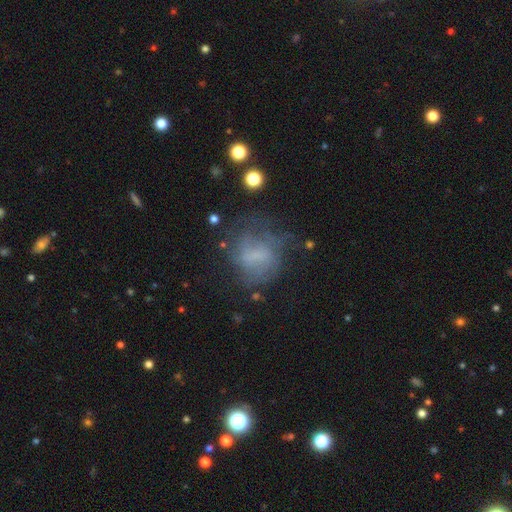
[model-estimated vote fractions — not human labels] Smooth or featured? Predicted: smooth (p=0.44). Merging? Predicted: none (p=0.48).